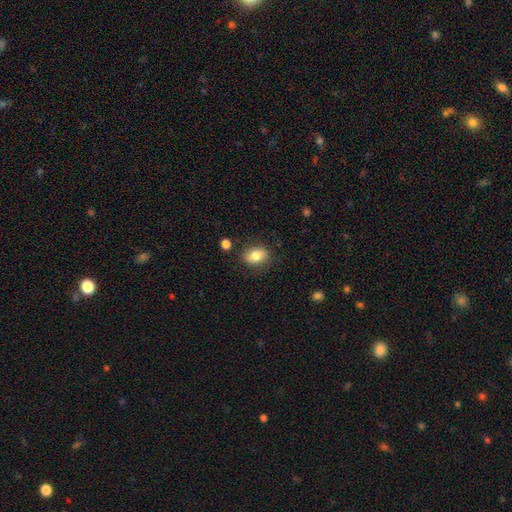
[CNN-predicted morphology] The model was most divided on "how rounded": in between: 65%, round: 34%, cigar-shaped: 1%. More confident: merging — none (82%); smooth or featured — smooth (80%).